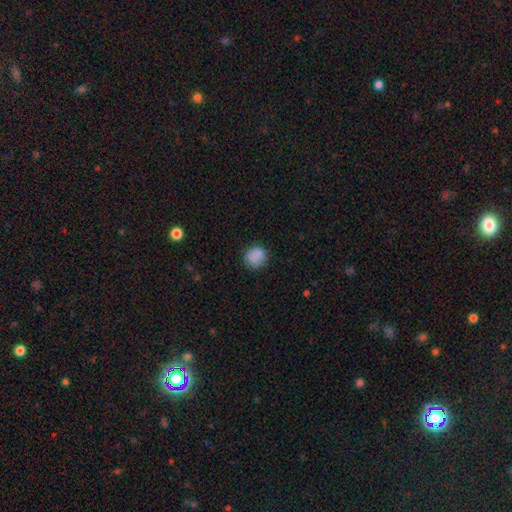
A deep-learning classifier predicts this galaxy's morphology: smooth 87%, star or artifact 9%, featured or disk 4%. Down the decision tree: how rounded — round (82%); merging — none (83%).